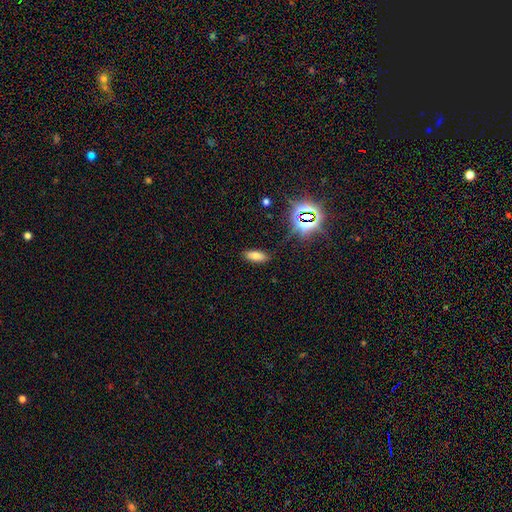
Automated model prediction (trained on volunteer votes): The model was most divided on "smooth or featured": smooth: 71%, star or artifact: 19%, featured or disk: 10%. More confident: merging — none (85%); how rounded — in between (78%).